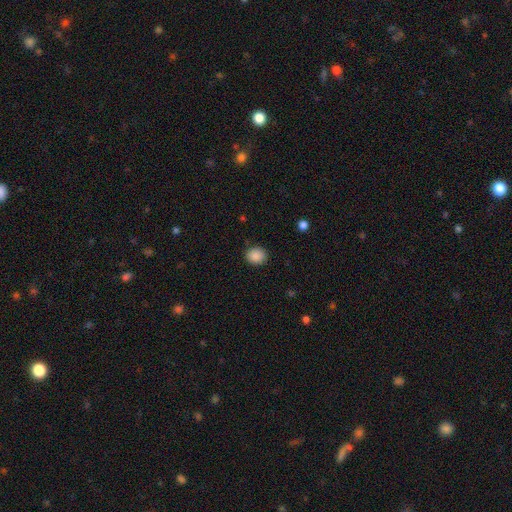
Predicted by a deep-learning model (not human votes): A smooth galaxy with no disk features (88%) that is round (70%). Merging: none (88%).